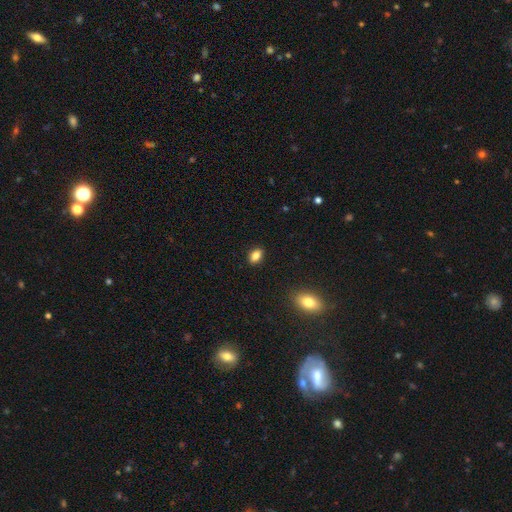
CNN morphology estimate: smooth-or-featured: smooth: 85% | star or artifact: 10% | featured or disk: 6%
  how-rounded: in between: 86% | round: 12% | cigar-shaped: 2%
  merging: none: 89% | minor disturbance: 8% | major disturbance: 2% | merger: 1%